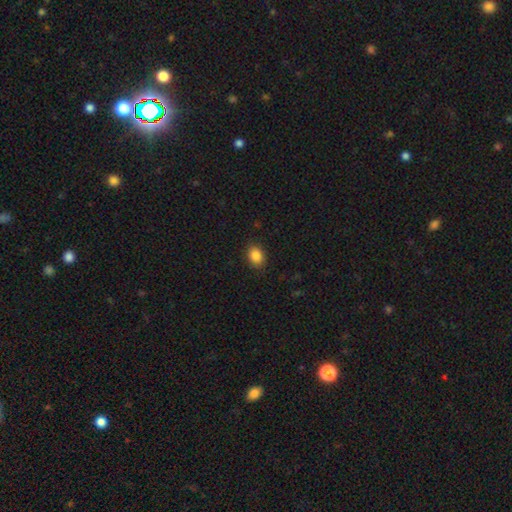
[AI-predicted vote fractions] Smooth or featured? smooth (87%)
How rounded? in between (65%)
Merging? none (88%)